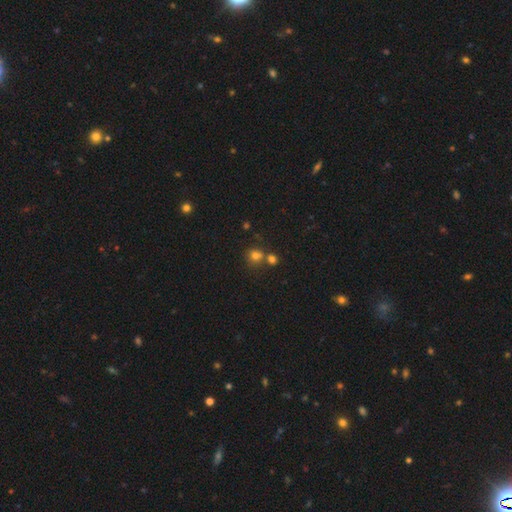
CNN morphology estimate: smooth_or_featured: smooth (p=0.76) [alt: star or artifact p=0.17]
how_rounded: round (p=0.84) [alt: in between p=0.15]
merging: none (p=0.56) [alt: merger p=0.33]